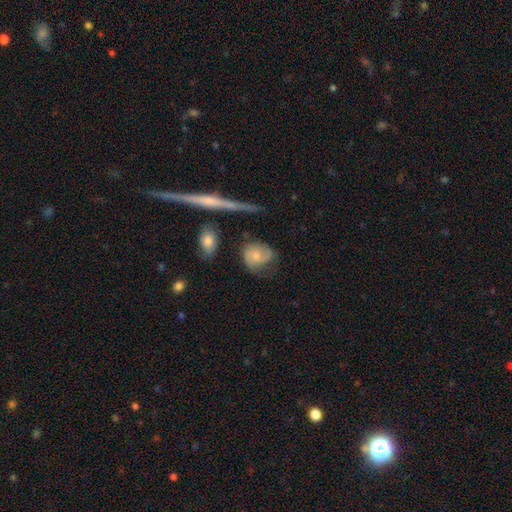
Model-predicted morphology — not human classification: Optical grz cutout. It shows a smooth galaxy with no disk features (48%). Merging: none (52%).